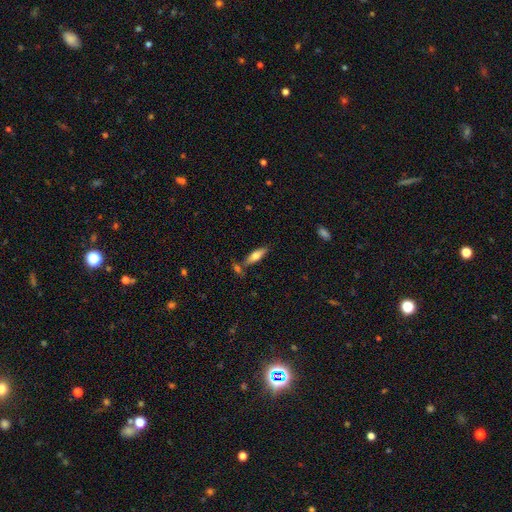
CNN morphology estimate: A smooth galaxy with no disk features (68%) that is in between round and cigar-shaped (53%). Merging: none (70%).